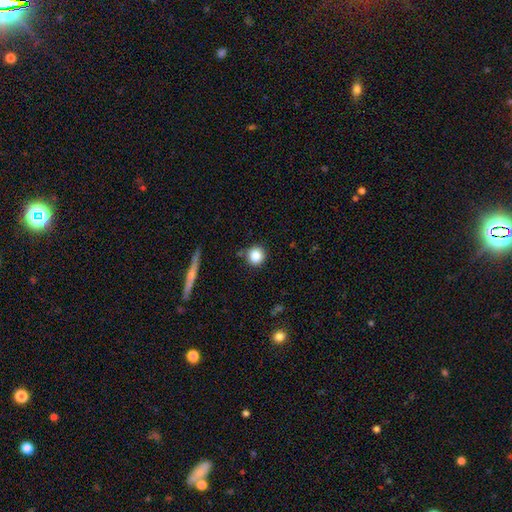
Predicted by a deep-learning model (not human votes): Smooth or featured? Predicted: smooth (p=0.84). How rounded? Predicted: round (p=0.93). Merging? Predicted: none (p=0.85).